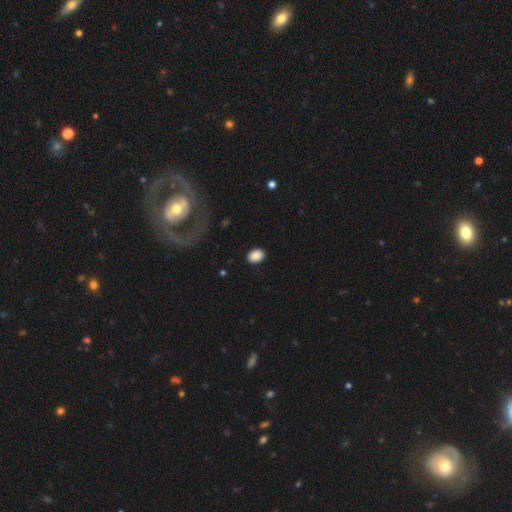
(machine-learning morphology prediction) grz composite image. It shows a smooth galaxy with no disk features (89%) that is in between round and cigar-shaped (69%). Merging: none (88%).